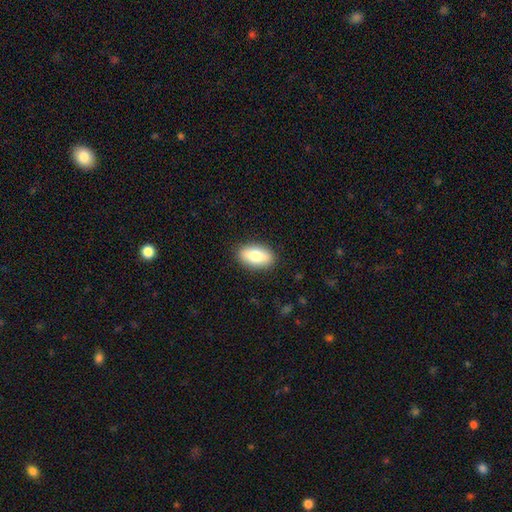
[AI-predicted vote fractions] Overall: smooth (79%). How rounded: in between (91%). Merging: none (89%).